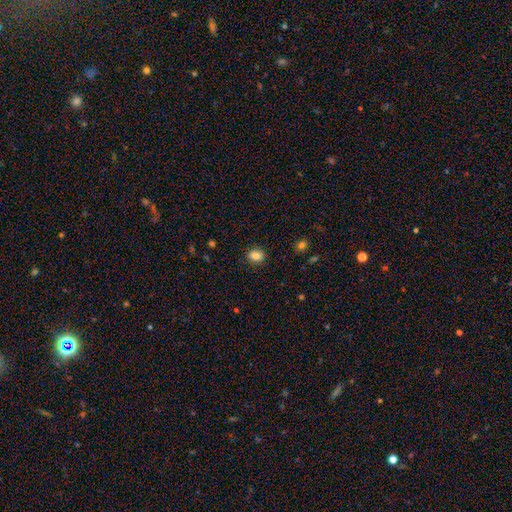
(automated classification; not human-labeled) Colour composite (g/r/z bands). It shows a smooth galaxy with no disk features (84%) that is in between round and cigar-shaped (59%). Merging: none (87%).